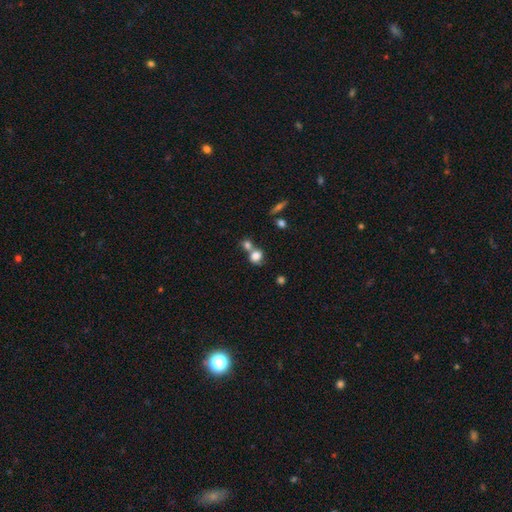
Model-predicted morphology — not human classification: type=smooth (79%); roundness=round (70%); merging=merger (48%).